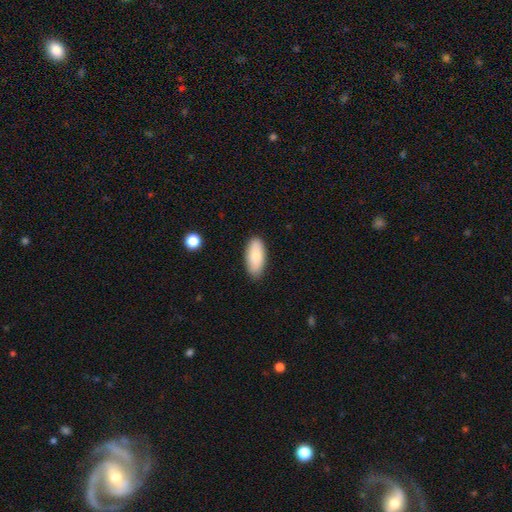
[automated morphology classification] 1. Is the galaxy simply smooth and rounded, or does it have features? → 82% smooth, 12% featured or disk, 6% star or artifact.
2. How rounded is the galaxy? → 87% in between, 11% cigar-shaped, 2% round.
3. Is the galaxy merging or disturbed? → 86% none, 11% minor disturbance, 2% major disturbance, 1% merger.